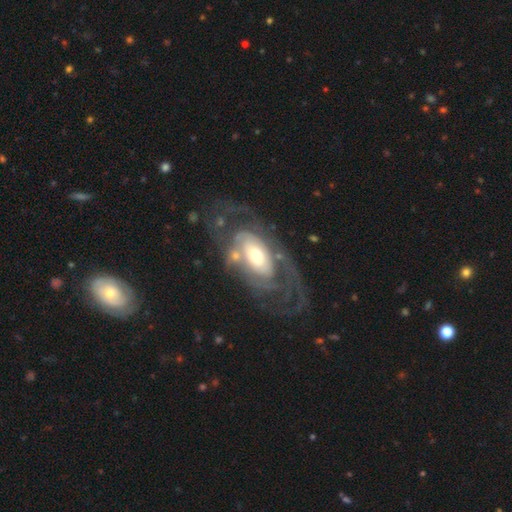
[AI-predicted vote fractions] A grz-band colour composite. It shows a featured or disk galaxy (81%) with no bar (66%), tight (55%) spiral arms (82%) and a moderate central bulge (57%). Merging: none (56%).